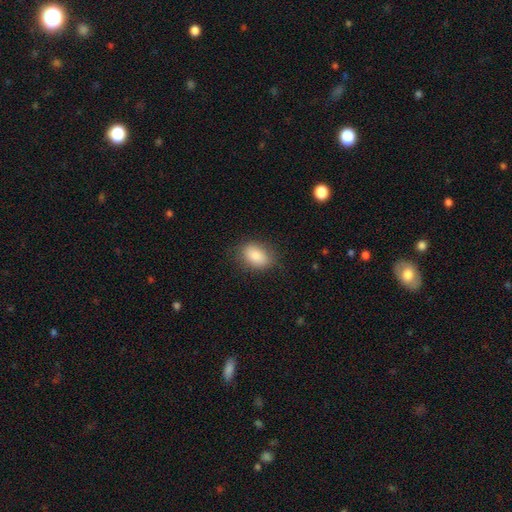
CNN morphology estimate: Smooth or featured? Predicted: smooth (p=0.86). How rounded? Predicted: in between (p=0.82). Merging? Predicted: none (p=0.79).